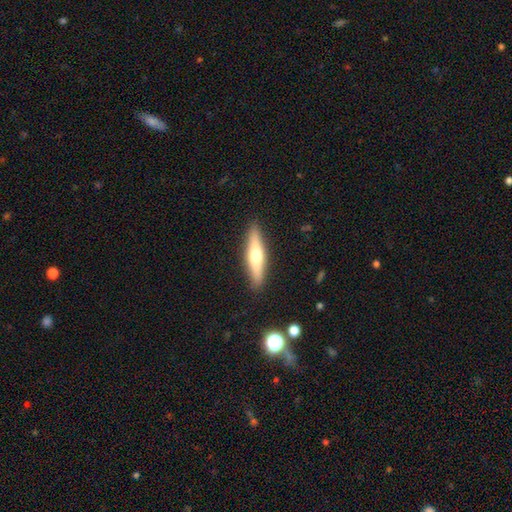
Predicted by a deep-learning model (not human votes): Smooth or featured?
  - smooth: 49% *
  - featured or disk: 45%
  - star or artifact: 6%
Merging?
  - none: 89% *
  - minor disturbance: 8%
  - major disturbance: 2%
  - merger: 1%